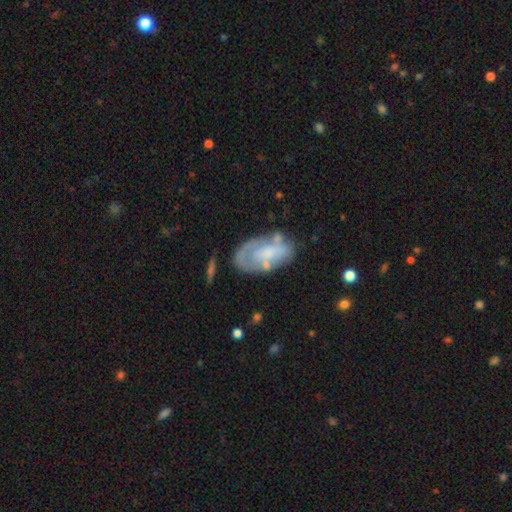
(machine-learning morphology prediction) A featured or disk galaxy (56%) with no bar (71%), spiral arms (57%) and no central bulge (33%, tied with small). Merging: none (54%).